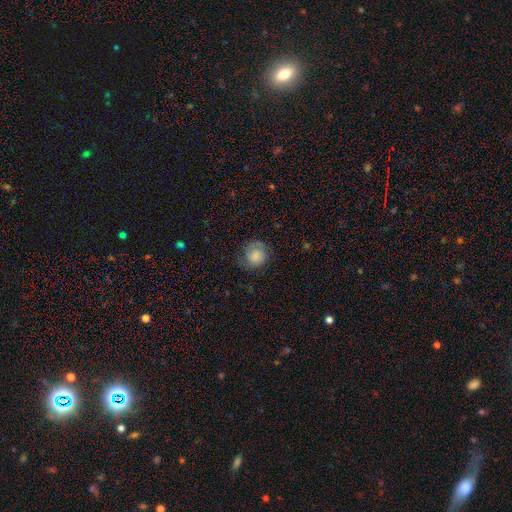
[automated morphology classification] This appears to be a smooth galaxy with no disk features (75%) that is round (78%). Merging: none (62%).